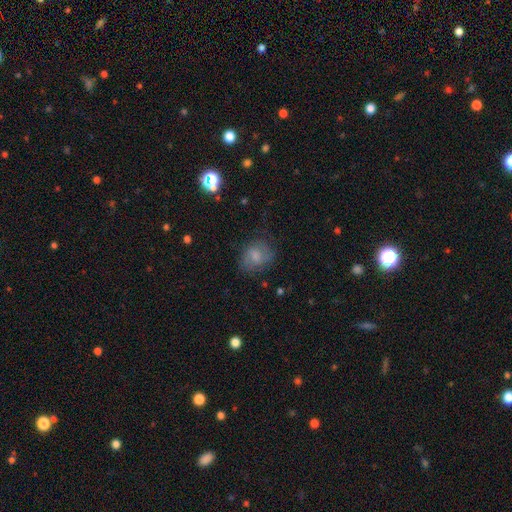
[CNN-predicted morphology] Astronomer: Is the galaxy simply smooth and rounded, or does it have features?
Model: smooth — 54% (runner-up: featured or disk, 37%).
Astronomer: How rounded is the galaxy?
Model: round — 52% (runner-up: in between, 46%).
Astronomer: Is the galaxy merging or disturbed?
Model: none — 62%.